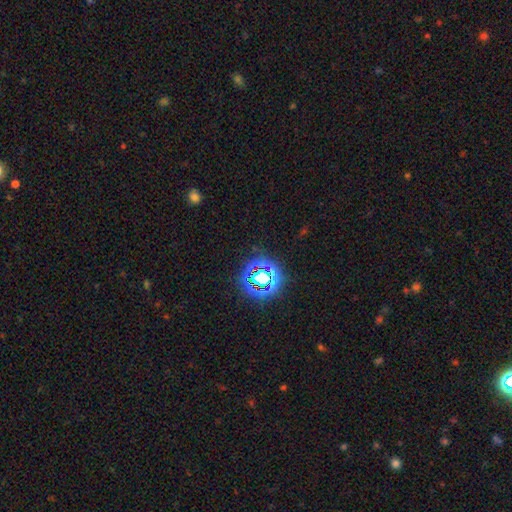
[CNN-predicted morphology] This appears to be a star or artifact, not a galaxy (73%).